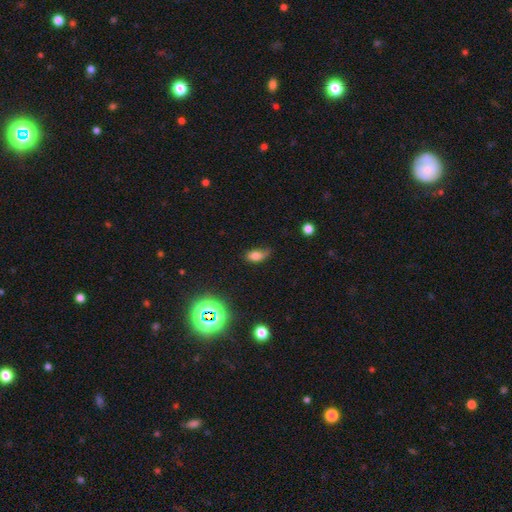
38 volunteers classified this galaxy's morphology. type=smooth (82%); roundness=in between (90%); merging=none (59%).